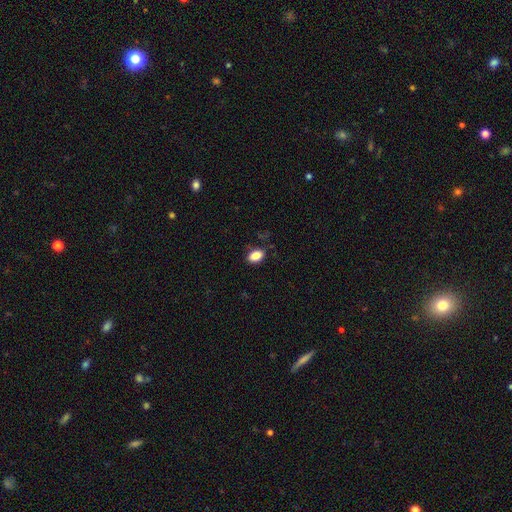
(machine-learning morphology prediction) smooth 87%, star or artifact 8%, featured or disk 4%. Down the decision tree: how rounded — in between (88%); merging — none (80%).